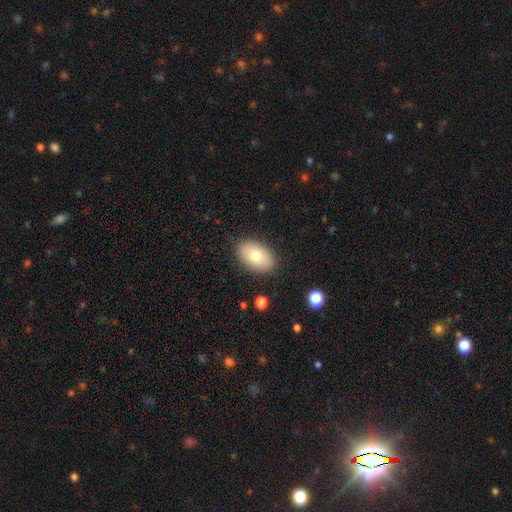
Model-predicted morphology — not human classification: Q: Smooth or featured?
A: smooth (79%); runner-up: featured or disk (13%)
Q: How rounded?
A: in between (91%); runner-up: round (8%)
Q: Merging?
A: none (87%); runner-up: minor disturbance (10%)